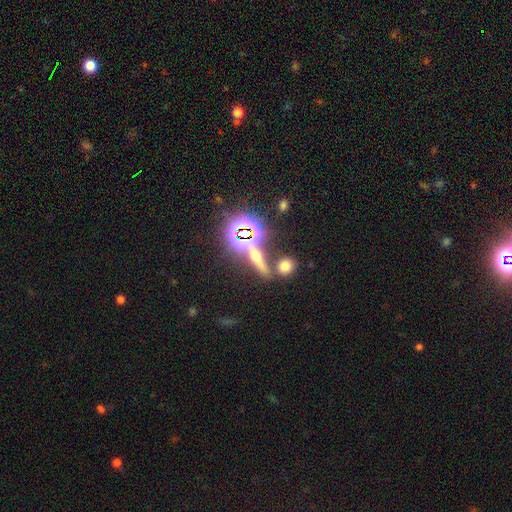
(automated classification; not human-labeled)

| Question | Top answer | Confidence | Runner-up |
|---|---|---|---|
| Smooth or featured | star or artifact | 37% | featured or disk (33%) |